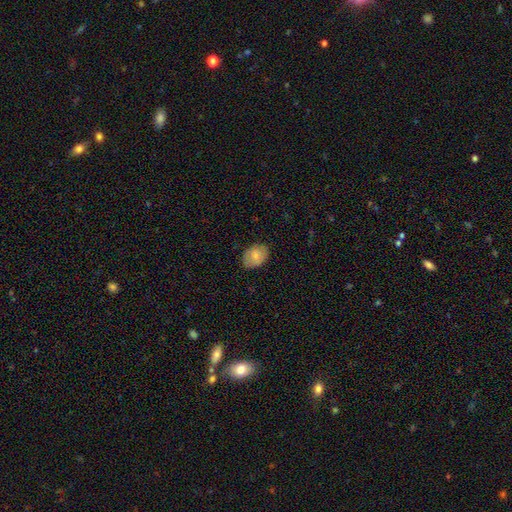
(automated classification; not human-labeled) Overall: smooth (74%). How rounded: in between (74%). Merging: none (80%).